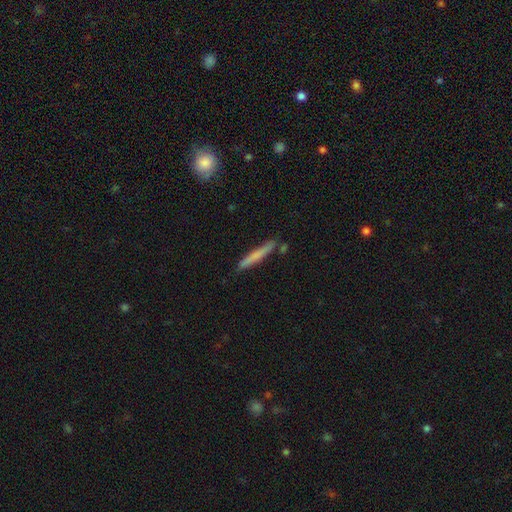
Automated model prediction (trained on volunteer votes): The model was most divided on "smooth or featured": smooth: 64%, featured or disk: 30%, star or artifact: 6%. More confident: how rounded — cigar-shaped (96%); merging — none (84%).